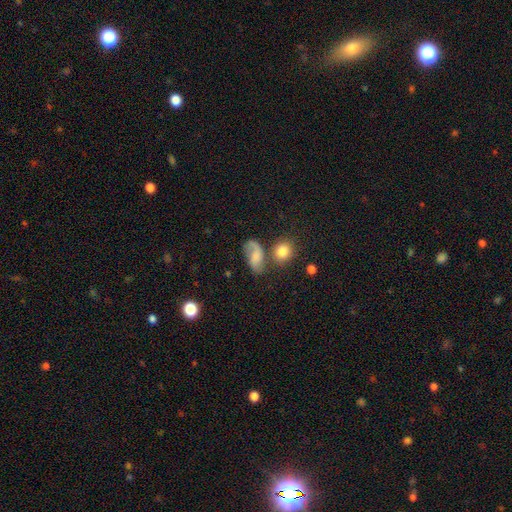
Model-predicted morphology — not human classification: type=featured or disk (47%); merging=none (47%).